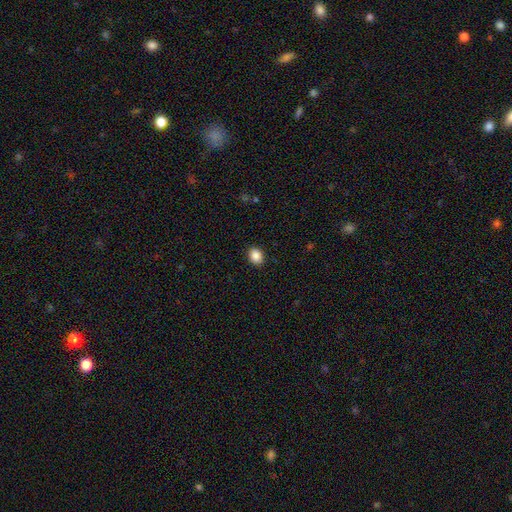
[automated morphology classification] smooth 87%, star or artifact 9%, featured or disk 4%. Down the decision tree: how rounded — in between (60%); merging — none (91%).